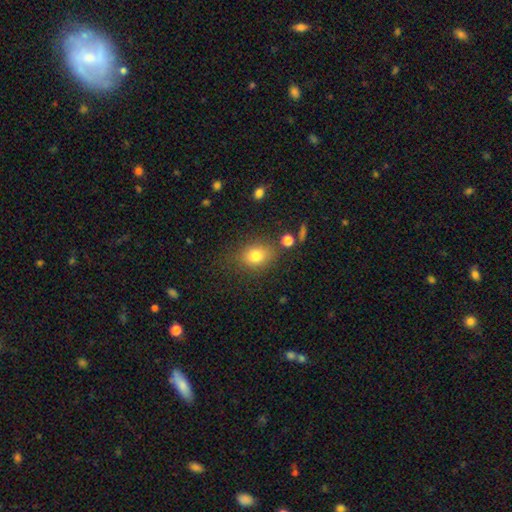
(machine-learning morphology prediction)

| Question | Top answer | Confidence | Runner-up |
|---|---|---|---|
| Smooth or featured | smooth | 79% | star or artifact (11%) |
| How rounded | in between | 56% | round (42%) |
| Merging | none | 76% | minor disturbance (15%) |